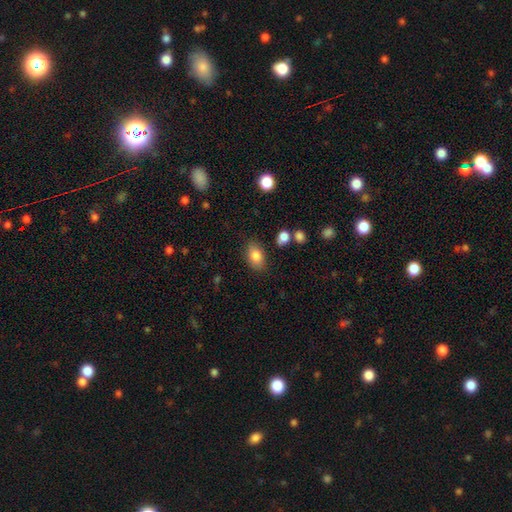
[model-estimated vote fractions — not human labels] Overall: smooth (83%). How rounded: in between (86%). Merging: none (82%).